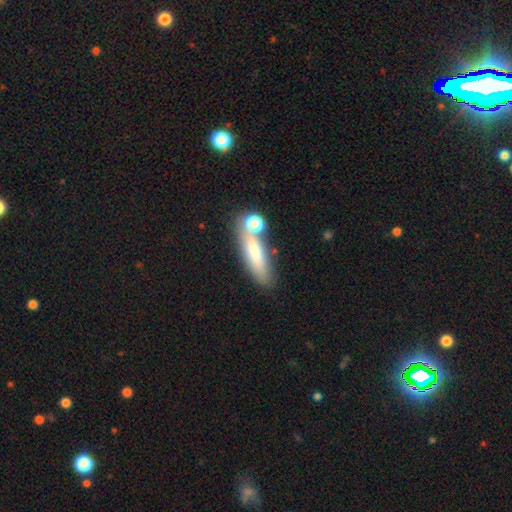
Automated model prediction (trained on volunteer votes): A smooth galaxy with no disk features (72%) that is cigar-shaped (56%).

Vote fractions:
- Smooth or featured? smooth: 72% / featured or disk: 19% / star or artifact: 9%
- How rounded? cigar-shaped: 56% / in between: 39% / round: 4%
- Merging? none: 55% / merger: 24% / minor disturbance: 14% / major disturbance: 7%